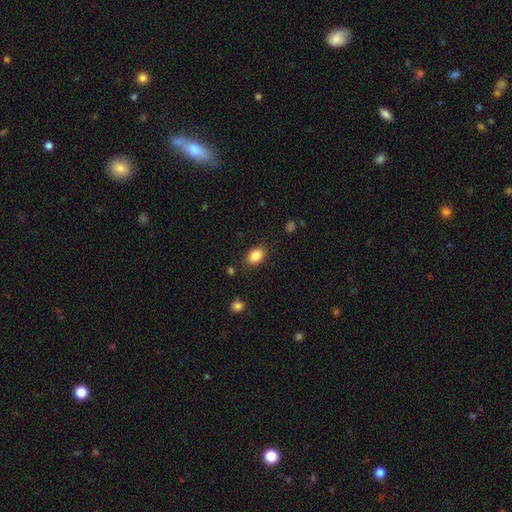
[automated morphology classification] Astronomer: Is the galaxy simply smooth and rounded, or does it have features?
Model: smooth — 85%.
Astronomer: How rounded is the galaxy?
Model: in between — 83%.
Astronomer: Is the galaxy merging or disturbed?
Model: none — 84%.